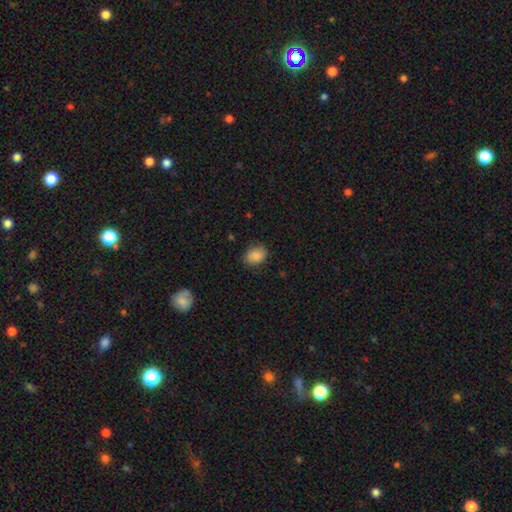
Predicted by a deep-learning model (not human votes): A smooth galaxy with no disk features (86%) that is in between round and cigar-shaped (64%).

Vote fractions:
- Smooth or featured? smooth: 86% / star or artifact: 8% / featured or disk: 6%
- How rounded? in between: 64% / round: 35% / cigar-shaped: 1%
- Merging? none: 81% / minor disturbance: 15% / major disturbance: 3% / merger: 1%